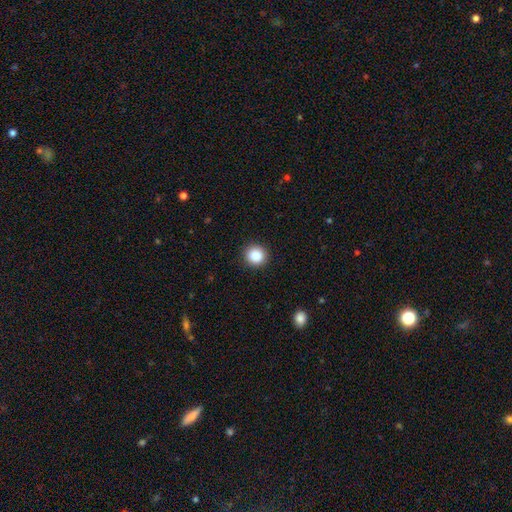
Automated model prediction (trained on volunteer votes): The model was most divided on "smooth or featured": smooth: 88%, star or artifact: 9%, featured or disk: 3%. More confident: how rounded — round (94%); merging — none (91%).